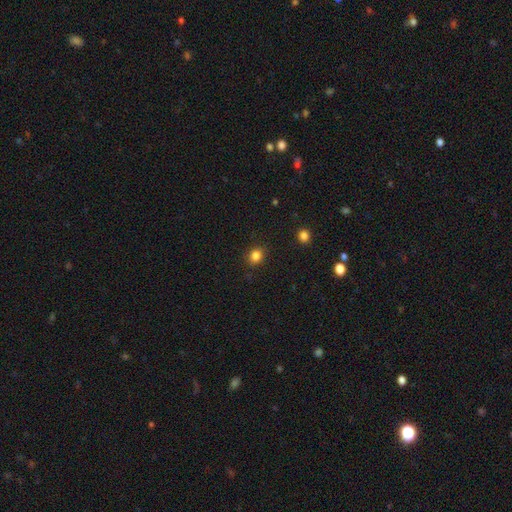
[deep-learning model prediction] Smooth or featured: smooth — 84% (star or artifact — 12%)
How rounded: round — 61% (in between — 38%)
Merging: none — 88% (minor disturbance — 8%)